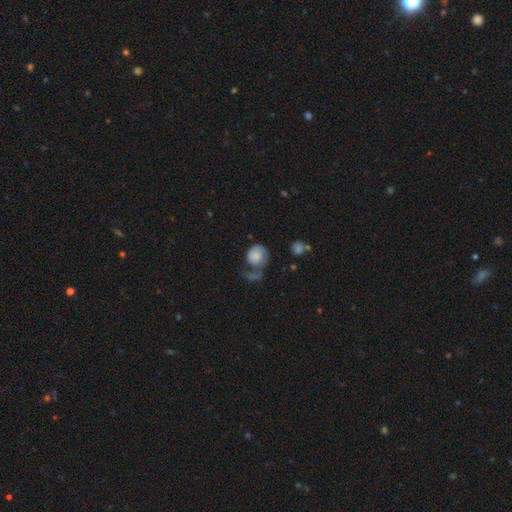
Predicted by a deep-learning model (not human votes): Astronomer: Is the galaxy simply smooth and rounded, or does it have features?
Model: smooth — 68%.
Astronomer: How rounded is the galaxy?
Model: round — 74%.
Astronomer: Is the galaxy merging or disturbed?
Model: none — 33% (runner-up: major disturbance, 27%).